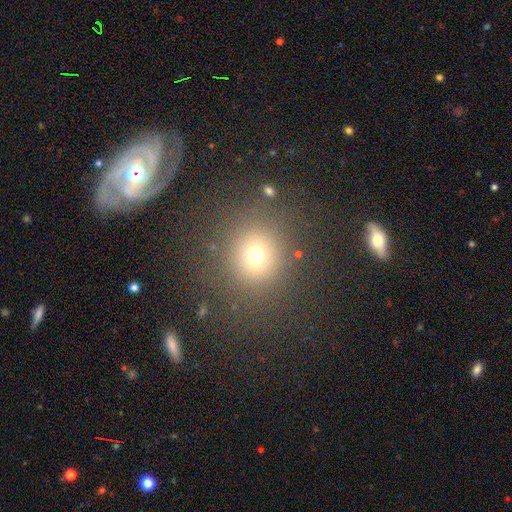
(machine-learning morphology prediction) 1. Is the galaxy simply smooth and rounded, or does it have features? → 70% smooth, 20% star or artifact, 10% featured or disk.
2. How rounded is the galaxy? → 88% round, 11% in between, 1% cigar-shaped.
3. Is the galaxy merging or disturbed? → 83% none, 9% minor disturbance, 5% major disturbance, 3% merger.